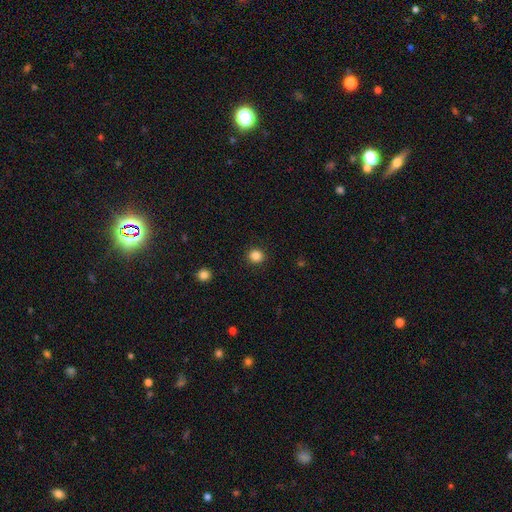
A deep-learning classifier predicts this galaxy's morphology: Smooth or featured?
  - smooth: 85% *
  - star or artifact: 11%
  - featured or disk: 4%
How rounded?
  - round: 88% *
  - in between: 11%
  - cigar-shaped: 1%
Merging?
  - none: 91% *
  - minor disturbance: 6%
  - major disturbance: 2%
  - merger: 1%